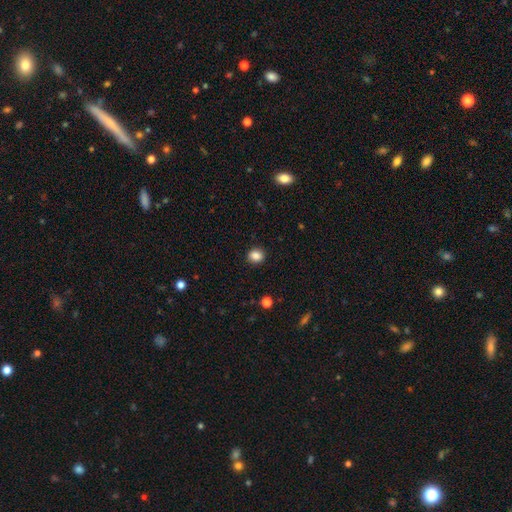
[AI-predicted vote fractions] This appears to be a smooth galaxy with no disk features (86%) that is round (74%). Merging: none (91%).